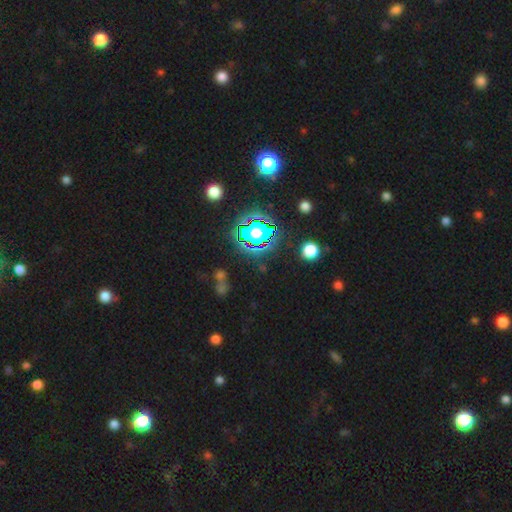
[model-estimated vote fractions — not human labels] Smooth or featured? Predicted: star or artifact (p=0.79).